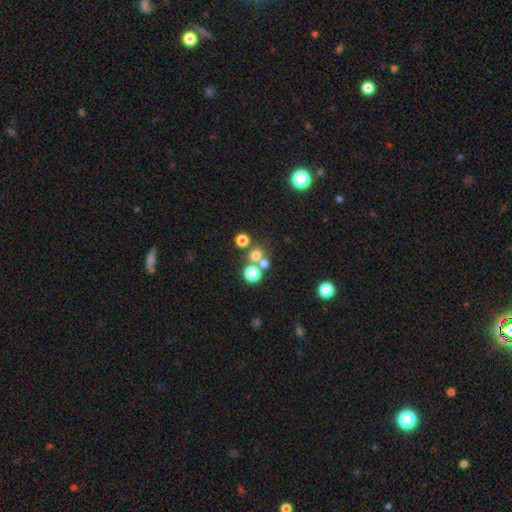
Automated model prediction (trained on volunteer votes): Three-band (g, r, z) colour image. It shows a smooth galaxy with no disk features (66%) that is round (87%). Merging: none (60%).